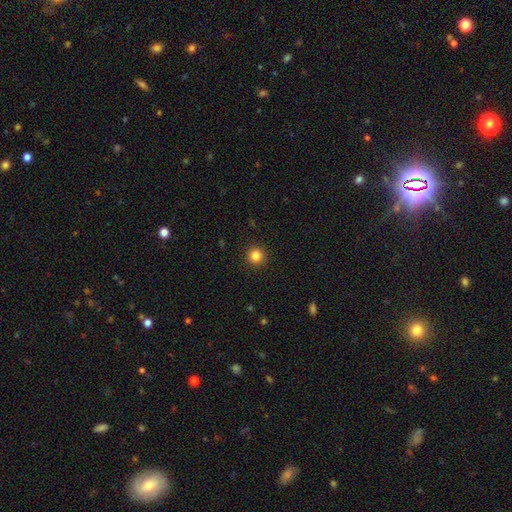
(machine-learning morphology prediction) Smooth or featured?
  - smooth: 84% *
  - star or artifact: 12%
  - featured or disk: 5%
How rounded?
  - round: 95% *
  - in between: 4%
  - cigar-shaped: 1%
Merging?
  - none: 93% *
  - minor disturbance: 4%
  - major disturbance: 2%
  - merger: 1%